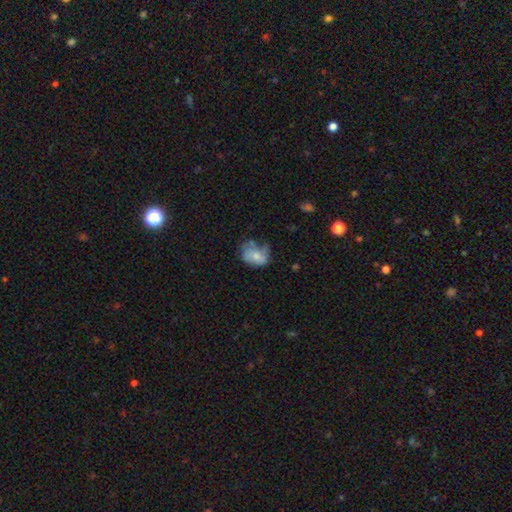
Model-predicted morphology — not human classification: smooth 62%, featured or disk 28%, star or artifact 9%. Down the decision tree: how rounded — in between (70%); merging — none (34%, tied with minor disturbance).